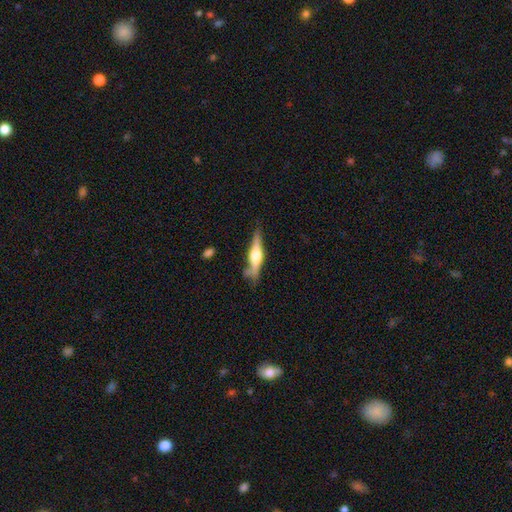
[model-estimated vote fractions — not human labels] Smooth or featured: featured or disk — 65% (smooth — 29%)
Edge-on disk: yes — 95% (no — 5%)
Edge-on bulge: rounded — 89% (boxy — 8%)
Merging: none — 70% (minor disturbance — 19%)